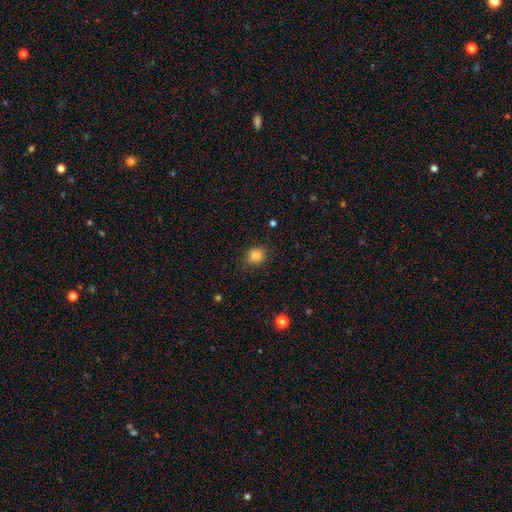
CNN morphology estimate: A smooth galaxy with no disk features (85%) that is round (76%).

Vote fractions:
- Smooth or featured? smooth: 85% / star or artifact: 11% / featured or disk: 4%
- How rounded? round: 76% / in between: 23% / cigar-shaped: 1%
- Merging? none: 79% / minor disturbance: 15% / major disturbance: 4% / merger: 1%